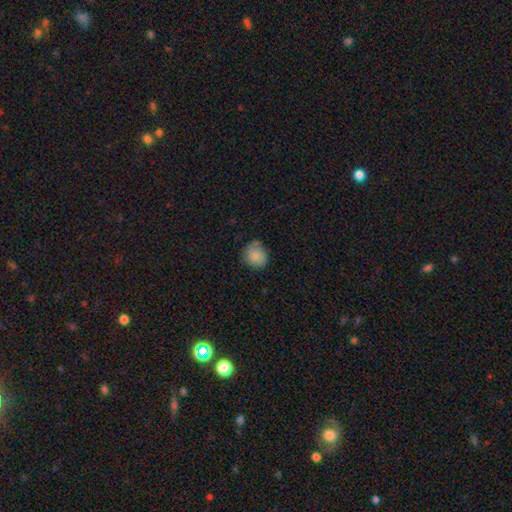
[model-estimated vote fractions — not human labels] smooth-or-featured: smooth: 81% | featured or disk: 11% | star or artifact: 8%
  how-rounded: round: 77% | in between: 22% | cigar-shaped: 1%
  merging: none: 65% | minor disturbance: 26% | major disturbance: 6% | merger: 3%